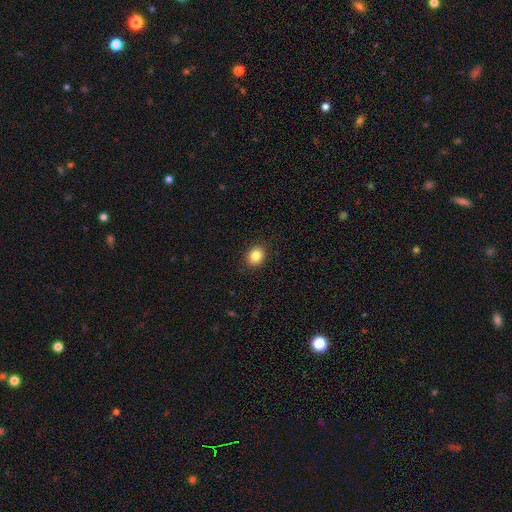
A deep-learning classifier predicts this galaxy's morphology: type=smooth (85%); roundness=round (57%); merging=none (90%).